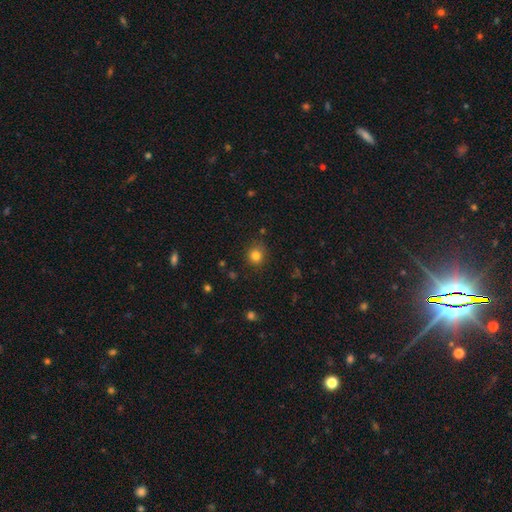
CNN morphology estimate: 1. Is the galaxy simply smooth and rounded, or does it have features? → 81% smooth, 13% star or artifact, 6% featured or disk.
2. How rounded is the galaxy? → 88% round, 11% in between, 1% cigar-shaped.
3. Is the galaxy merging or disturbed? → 85% none, 10% minor disturbance, 3% major disturbance, 2% merger.